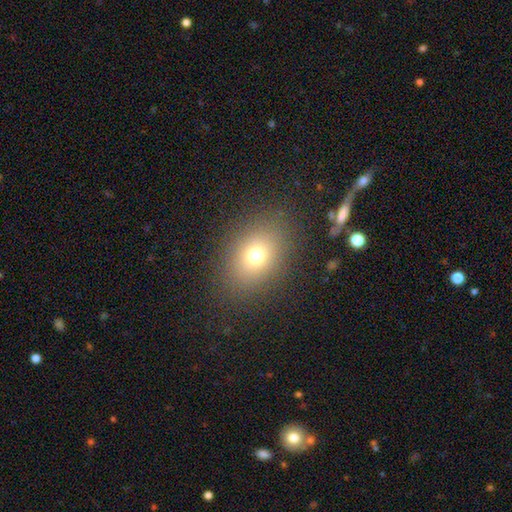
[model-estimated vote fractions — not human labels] smooth_or_featured: smooth (p=0.72) [alt: star or artifact p=0.16]
how_rounded: in between (p=0.61) [alt: round p=0.38]
merging: none (p=0.85) [alt: minor disturbance p=0.09]